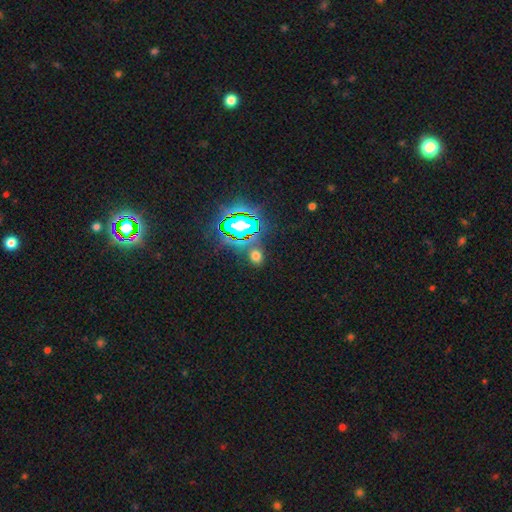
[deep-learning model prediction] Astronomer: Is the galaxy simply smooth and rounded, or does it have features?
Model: smooth — 54% (runner-up: star or artifact, 39%).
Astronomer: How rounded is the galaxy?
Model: round — 56% (runner-up: in between, 41%).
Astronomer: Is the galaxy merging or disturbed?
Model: none — 78%.